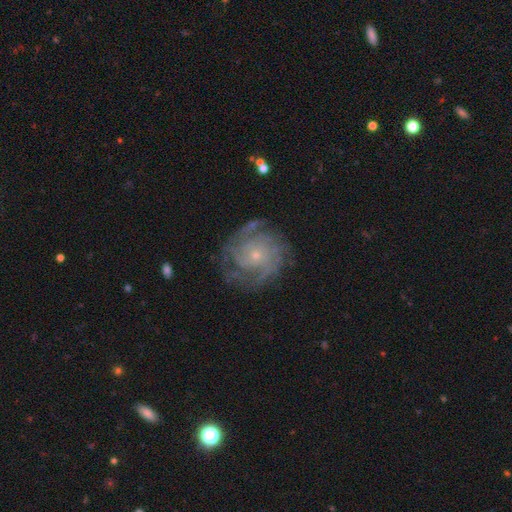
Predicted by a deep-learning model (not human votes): Smooth or featured?
  - featured or disk: 81% *
  - smooth: 11%
  - star or artifact: 7%
Edge-on disk?
  - no: 98% *
  - yes: 2%
Bar?
  - no: 80% *
  - weak: 17%
  - strong: 3%
Spiral arms?
  - yes: 93% *
  - no: 7%
Spiral winding?
  - tight: 61% *
  - medium: 30%
  - loose: 9%
Spiral arm count?
  - can't tell: 35% *
  - 3: 20%
  - 2: 17%
  - 4: 15%
  - more than 4: 7%
  - 1: 6%
Bulge size?
  - small: 80% *
  - moderate: 15%
  - none: 2%
  - large: 1%
  - dominant: 1%
Merging?
  - none: 72% *
  - minor disturbance: 17%
  - major disturbance: 9%
  - merger: 2%